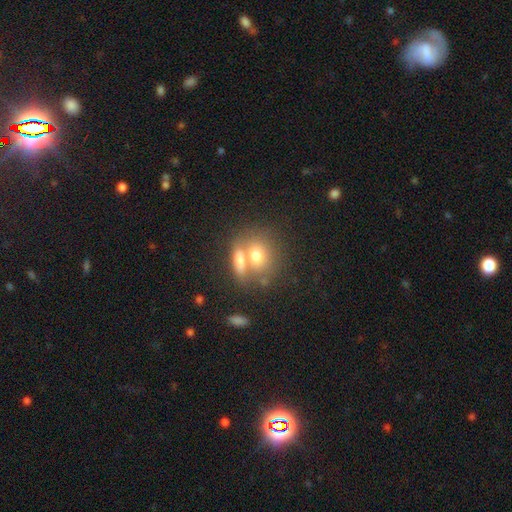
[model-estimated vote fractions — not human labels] Smooth or featured? smooth (72%)
How rounded? round (53%)
Merging? merger (48%)